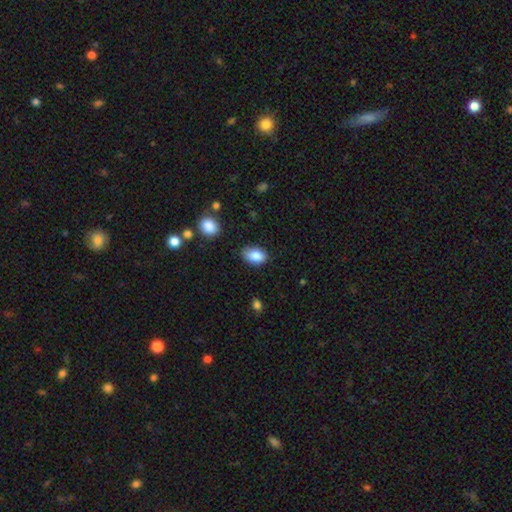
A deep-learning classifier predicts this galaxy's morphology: This appears to be a smooth galaxy with no disk features (85%) that is in between round and cigar-shaped (87%). Merging: none (74%).